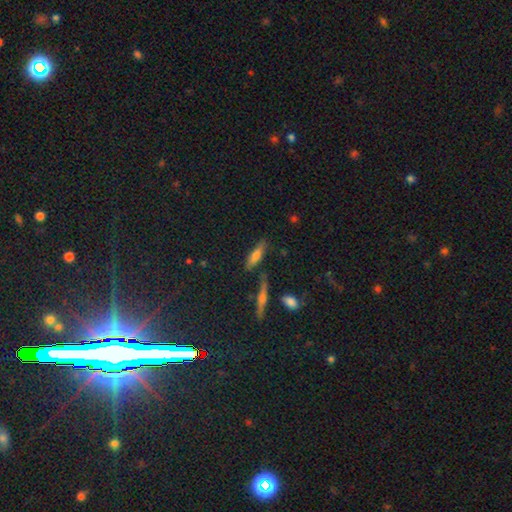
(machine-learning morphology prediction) This appears to be a smooth galaxy with no disk features (60%) that is cigar-shaped (61%). Merging: none (75%).